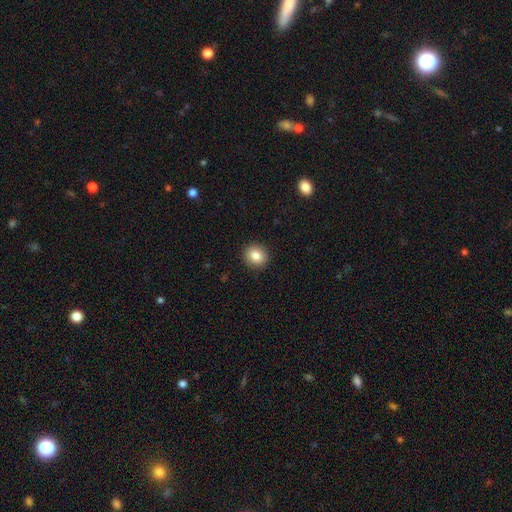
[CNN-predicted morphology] The model was most divided on "how rounded": round: 81%, in between: 18%, cigar-shaped: 1%. More confident: merging — none (91%); smooth or featured — smooth (84%).